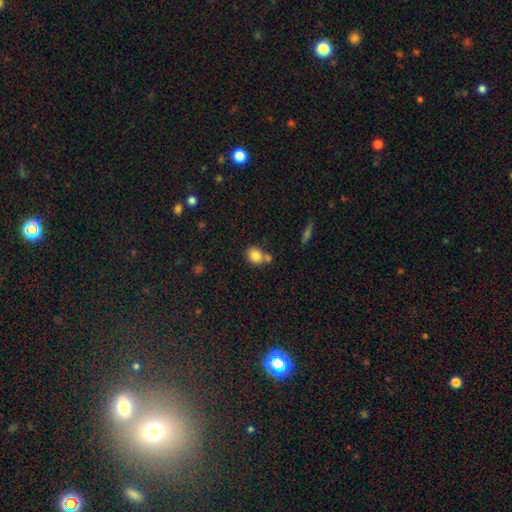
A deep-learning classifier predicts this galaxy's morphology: smooth-or-featured: smooth: 83% | star or artifact: 9% | featured or disk: 8%
  how-rounded: round: 57% | in between: 42% | cigar-shaped: 1%
  merging: none: 56% | merger: 28% | minor disturbance: 13% | major disturbance: 4%